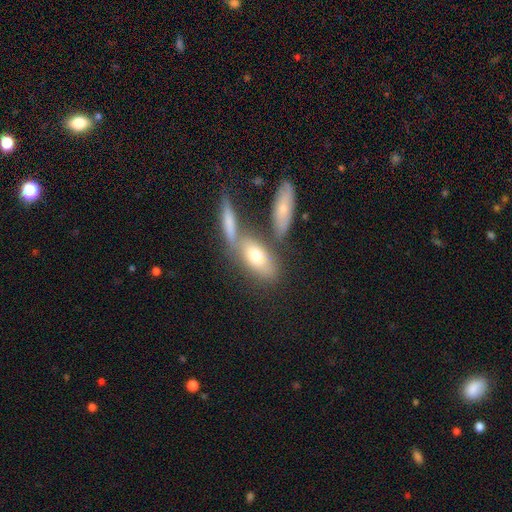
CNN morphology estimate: Q: Smooth or featured?
A: smooth (66%); runner-up: featured or disk (26%)
Q: How rounded?
A: in between (77%); runner-up: cigar-shaped (18%)
Q: Merging?
A: none (45%); runner-up: merger (37%)